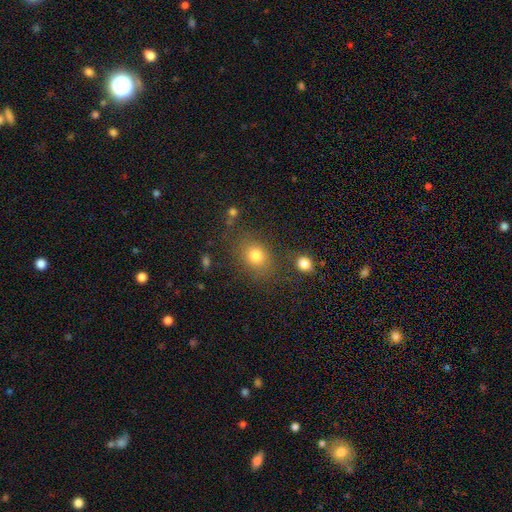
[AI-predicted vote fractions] A smooth galaxy with no disk features (78%) that is round (54%).

Vote fractions:
- Smooth or featured? smooth: 78% / star or artifact: 13% / featured or disk: 8%
- How rounded? round: 54% / in between: 45% / cigar-shaped: 1%
- Merging? none: 75% / minor disturbance: 13% / merger: 6% / major disturbance: 6%